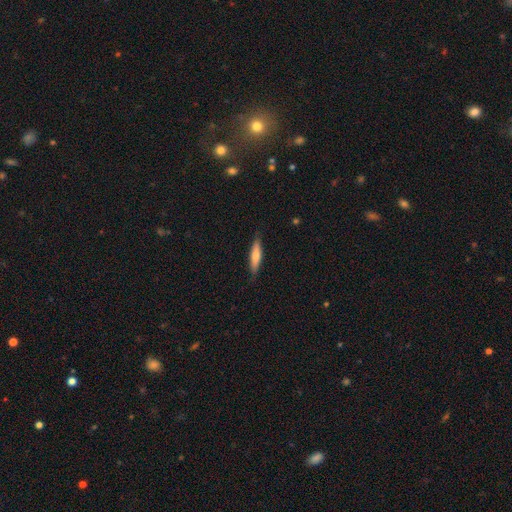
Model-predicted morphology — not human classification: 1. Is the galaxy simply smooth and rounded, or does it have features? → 67% smooth, 28% featured or disk, 6% star or artifact.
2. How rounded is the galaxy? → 81% cigar-shaped, 17% in between, 1% round.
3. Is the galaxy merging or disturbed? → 87% none, 11% minor disturbance, 2% major disturbance, 1% merger.